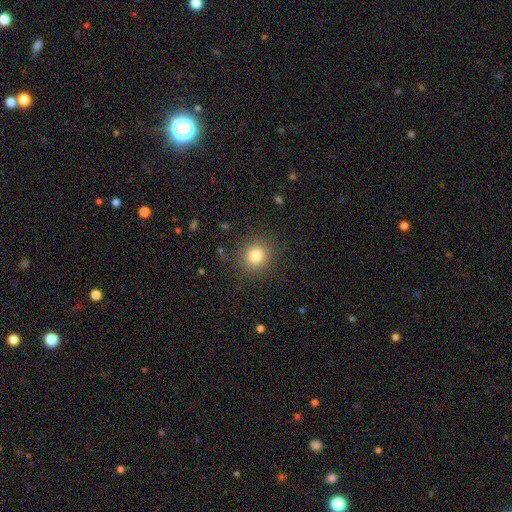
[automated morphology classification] A smooth galaxy with no disk features (80%) that is round (89%).

Vote fractions:
- Smooth or featured? smooth: 80% / star or artifact: 13% / featured or disk: 8%
- How rounded? round: 89% / in between: 10% / cigar-shaped: 1%
- Merging? none: 87% / minor disturbance: 8% / major disturbance: 3% / merger: 1%